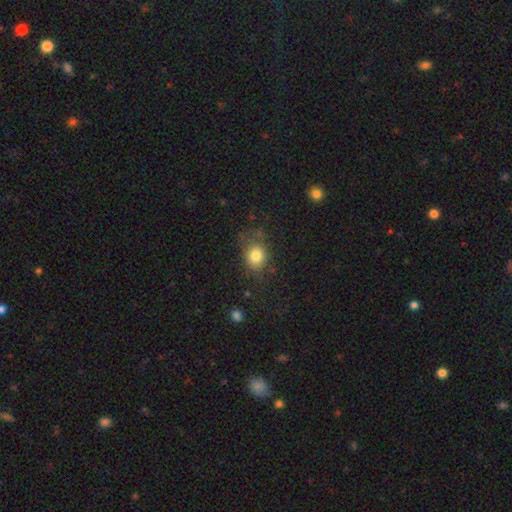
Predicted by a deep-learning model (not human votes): Smooth or featured? Predicted: smooth (p=0.80). How rounded? Predicted: round (p=0.55). Merging? Predicted: none (p=0.61).